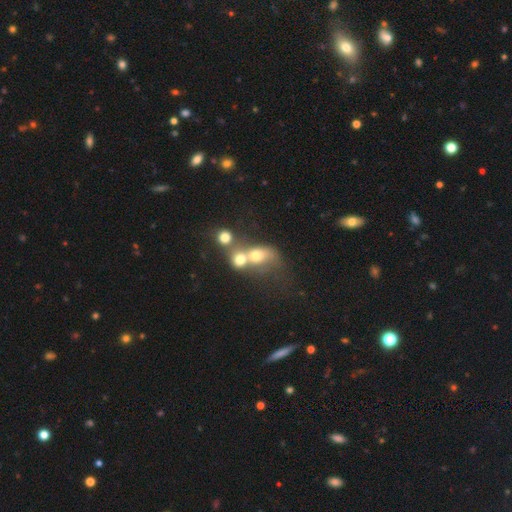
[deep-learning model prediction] Smooth or featured: smooth — 60% (featured or disk — 25%)
How rounded: round — 56% (in between — 41%)
Merging: merger — 68% (none — 17%)